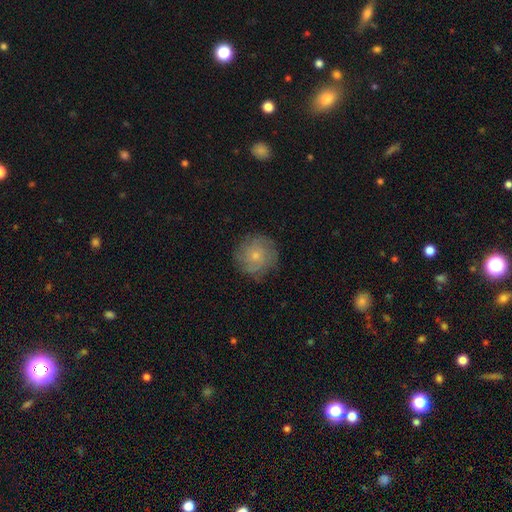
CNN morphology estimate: The model was most divided on "smooth or featured": smooth: 49%, featured or disk: 42%, star or artifact: 9%. More confident: merging — none (81%).